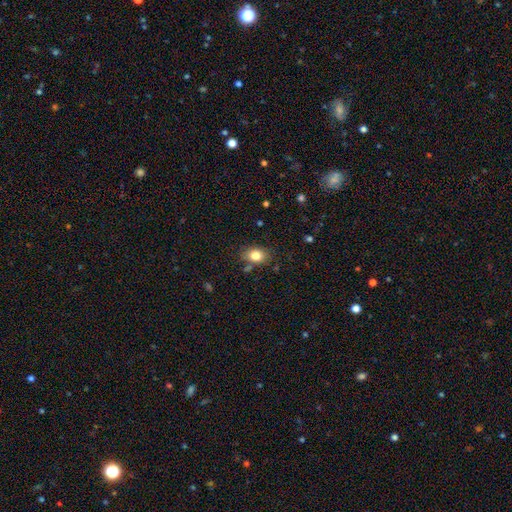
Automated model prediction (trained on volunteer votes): A smooth galaxy with no disk features (82%) that is in between round and cigar-shaped (70%).

Vote fractions:
- Smooth or featured? smooth: 82% / star or artifact: 9% / featured or disk: 9%
- How rounded? in between: 70% / round: 29% / cigar-shaped: 1%
- Merging? none: 77% / minor disturbance: 14% / merger: 5% / major disturbance: 4%